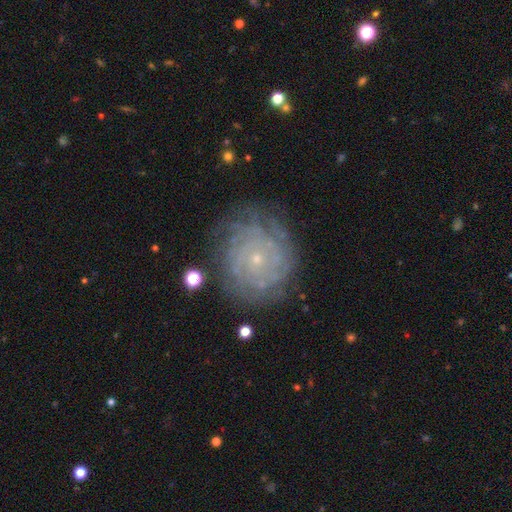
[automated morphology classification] Overall: featured or disk (73%). Edge-on disk: no (97%). Bar: no (82%). Spiral arms: yes (93%). Spiral arm count: can't tell (41%; more than 4 16%). Spiral winding: tight (83%). Bulge size: small (86%). Merging: none (81%).